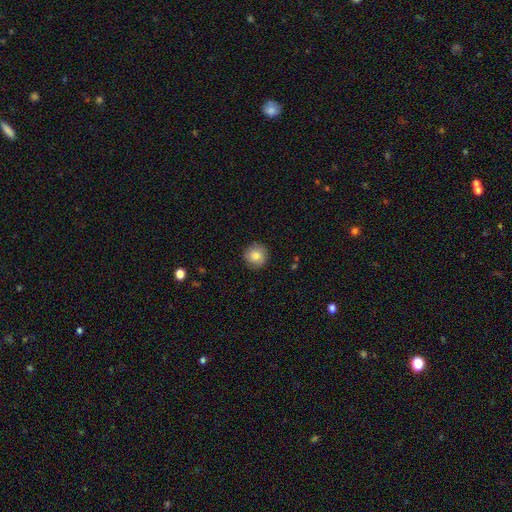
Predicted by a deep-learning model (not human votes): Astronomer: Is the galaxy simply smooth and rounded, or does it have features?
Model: smooth — 81%.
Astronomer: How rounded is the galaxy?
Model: round — 94%.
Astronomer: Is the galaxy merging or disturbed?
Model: none — 88%.